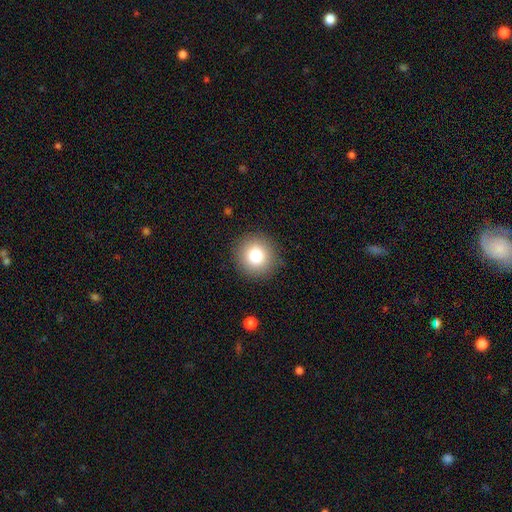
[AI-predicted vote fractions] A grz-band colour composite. It shows a smooth galaxy with no disk features (81%) that is round (94%). Merging: none (91%).